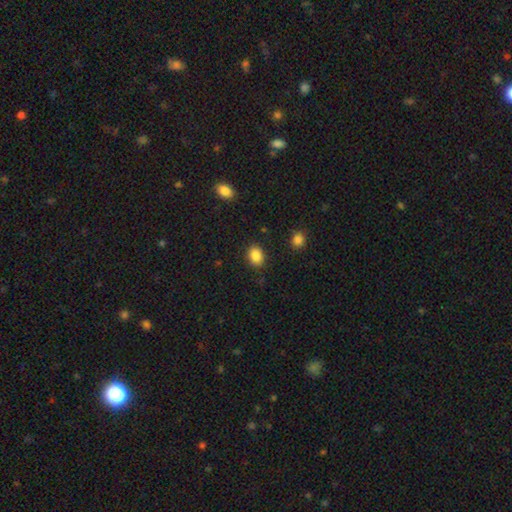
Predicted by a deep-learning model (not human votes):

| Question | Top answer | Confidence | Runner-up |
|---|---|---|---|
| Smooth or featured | smooth | 87% | star or artifact (9%) |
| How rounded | in between | 67% | round (32%) |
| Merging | none | 87% | minor disturbance (9%) |